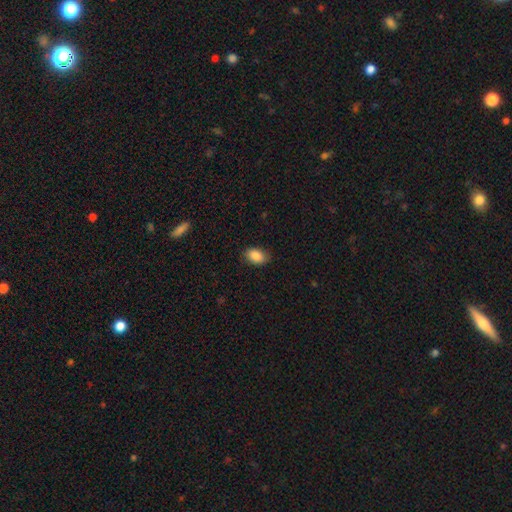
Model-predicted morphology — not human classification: This appears to be a smooth galaxy with no disk features (88%) that is in between round and cigar-shaped (87%). Merging: none (84%).